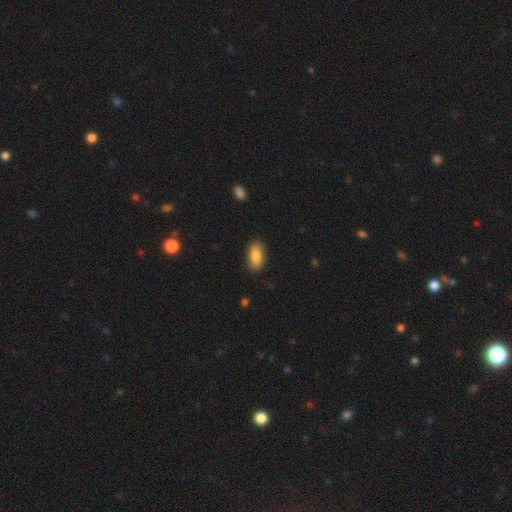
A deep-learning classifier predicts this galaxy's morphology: Smooth or featured? smooth (82%)
How rounded? in between (89%)
Merging? none (85%)